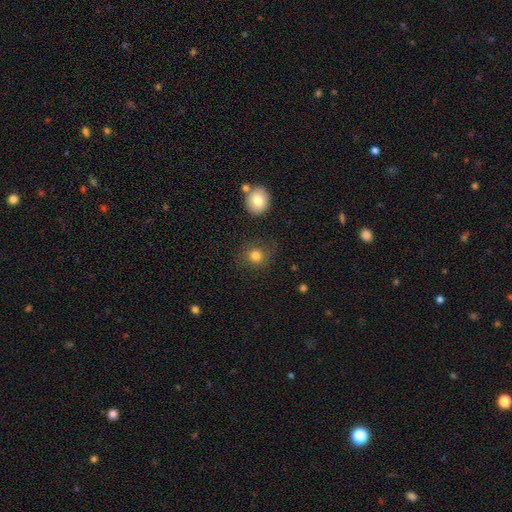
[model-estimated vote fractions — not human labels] Morphology: type=smooth (80%); roundness=round (85%); merging=none (71%).